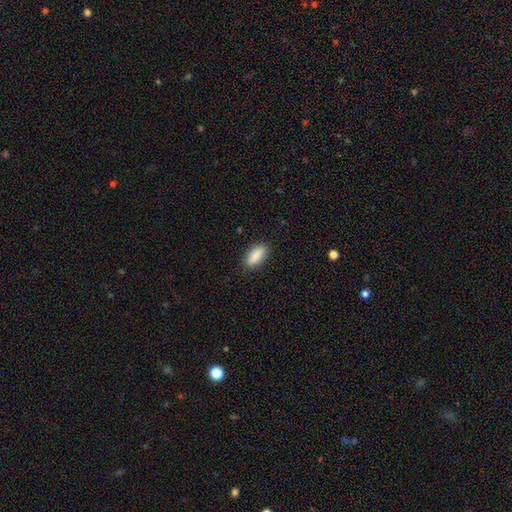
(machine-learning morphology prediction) Smooth or featured? Predicted: smooth (p=0.89). How rounded? Predicted: in between (p=0.85). Merging? Predicted: none (p=0.89).